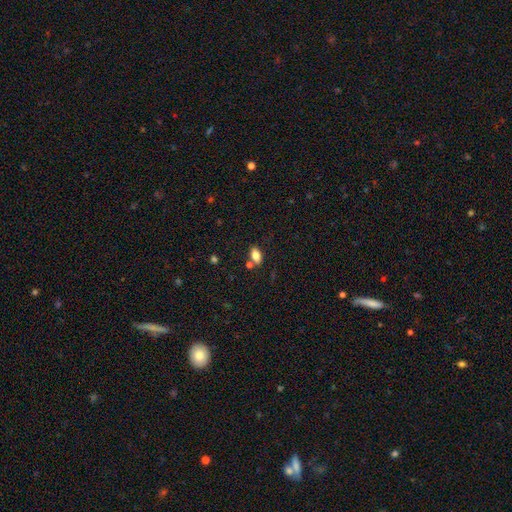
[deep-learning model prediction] smooth 80%, featured or disk 11%, star or artifact 9%. Down the decision tree: how rounded — in between (89%); merging — none (71%).